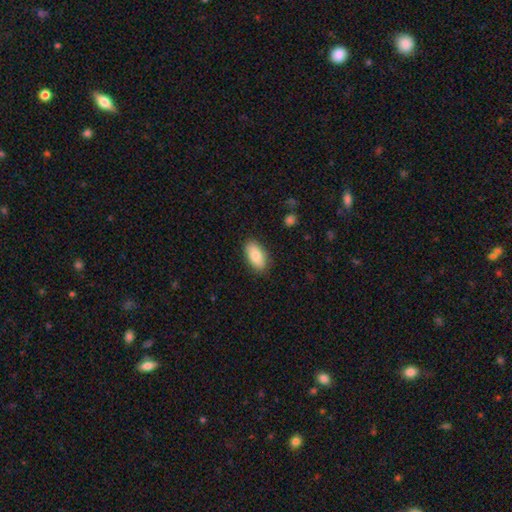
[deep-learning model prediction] A smooth galaxy with no disk features (86%) that is in between round and cigar-shaped (92%).

Vote fractions:
- Smooth or featured? smooth: 86% / featured or disk: 8% / star or artifact: 6%
- How rounded? in between: 92% / cigar-shaped: 5% / round: 3%
- Merging? none: 86% / minor disturbance: 10% / major disturbance: 2% / merger: 1%